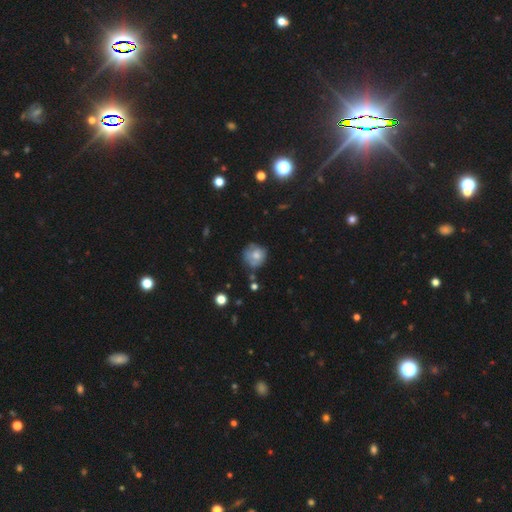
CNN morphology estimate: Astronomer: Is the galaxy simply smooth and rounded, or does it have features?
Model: smooth — 67%.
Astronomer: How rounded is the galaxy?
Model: round — 86%.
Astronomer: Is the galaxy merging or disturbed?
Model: none — 61%.